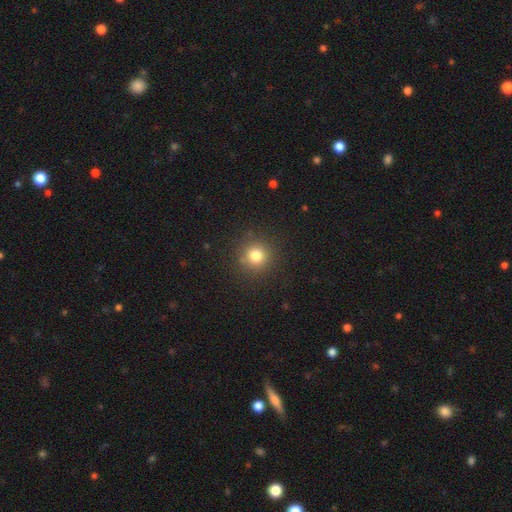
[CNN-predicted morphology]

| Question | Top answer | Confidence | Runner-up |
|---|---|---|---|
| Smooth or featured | smooth | 79% | star or artifact (14%) |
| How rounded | round | 94% | in between (5%) |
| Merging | none | 89% | minor disturbance (7%) |